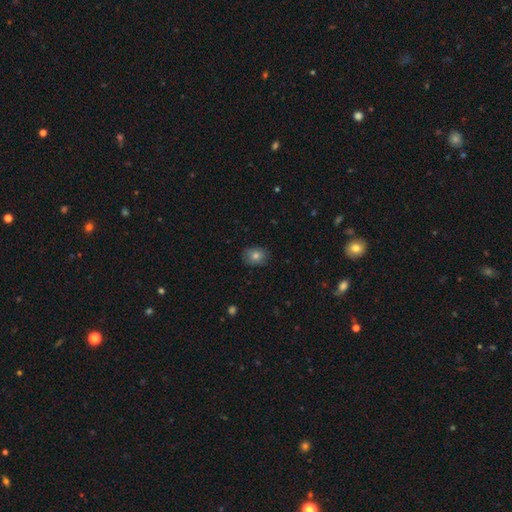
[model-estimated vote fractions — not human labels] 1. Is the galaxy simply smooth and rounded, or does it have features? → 78% smooth, 12% featured or disk, 11% star or artifact.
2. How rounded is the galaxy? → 52% in between, 47% round, 1% cigar-shaped.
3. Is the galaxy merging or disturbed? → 81% none, 15% minor disturbance, 3% major disturbance, 1% merger.